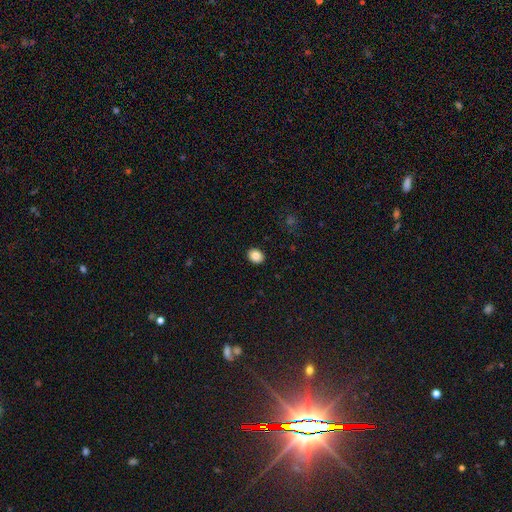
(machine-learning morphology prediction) This is clearly a smooth galaxy (86%). How rounded: possibly round (50%, tied with in between). Merging: clearly none (92%).